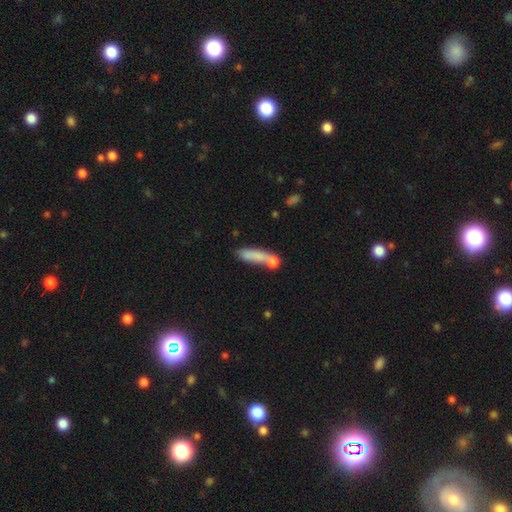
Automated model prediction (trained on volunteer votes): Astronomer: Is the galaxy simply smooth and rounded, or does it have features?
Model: smooth — 76%.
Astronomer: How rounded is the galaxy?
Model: cigar-shaped — 66%.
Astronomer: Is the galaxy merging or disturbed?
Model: none — 47% (runner-up: merger, 28%).